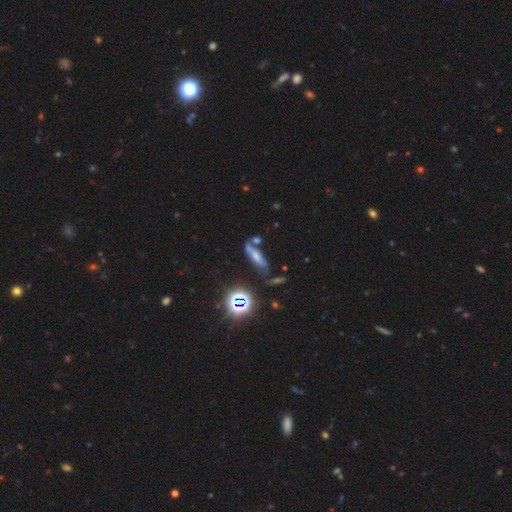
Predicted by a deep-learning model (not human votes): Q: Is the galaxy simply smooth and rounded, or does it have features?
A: smooth — 42%.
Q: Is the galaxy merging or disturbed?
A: none — 49%.